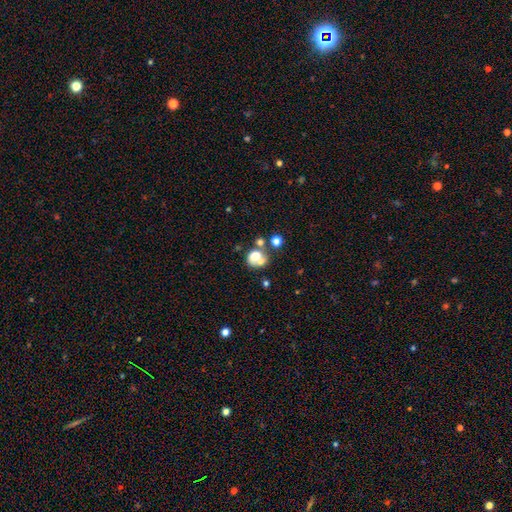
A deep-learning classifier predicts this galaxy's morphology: Smooth or featured? Predicted: smooth (p=0.60). How rounded? Predicted: round (p=0.64). Merging? Predicted: merger (p=0.49).